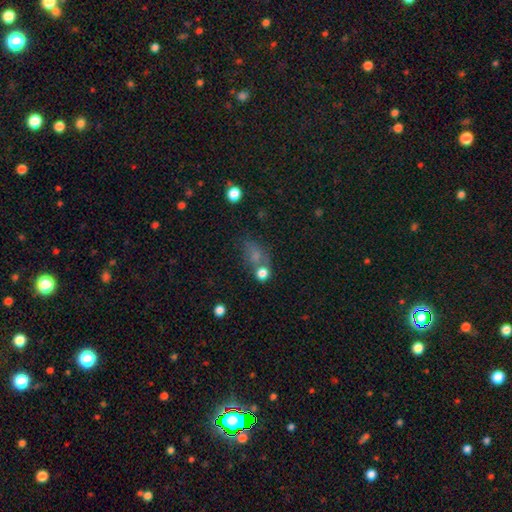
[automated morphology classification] Smooth or featured? smooth (59%)
How rounded? in between (63%)
Merging? none (48%)